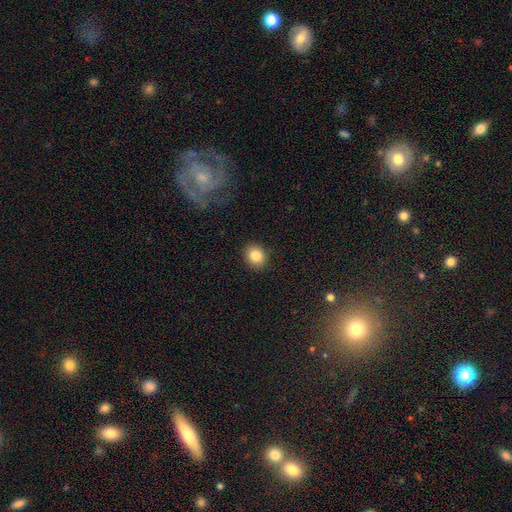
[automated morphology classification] Smooth or featured?
  - smooth: 83% *
  - star or artifact: 10%
  - featured or disk: 7%
How rounded?
  - round: 67% *
  - in between: 32%
  - cigar-shaped: 1%
Merging?
  - none: 90% *
  - minor disturbance: 7%
  - major disturbance: 2%
  - merger: 1%